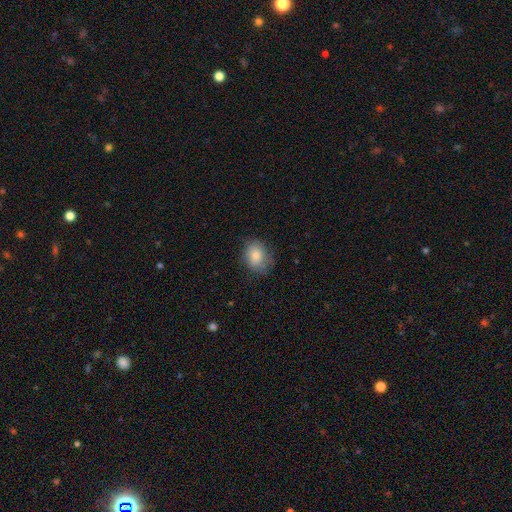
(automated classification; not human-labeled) Overall: smooth (81%). How rounded: in between (51%; round 48%). Merging: none (72%).